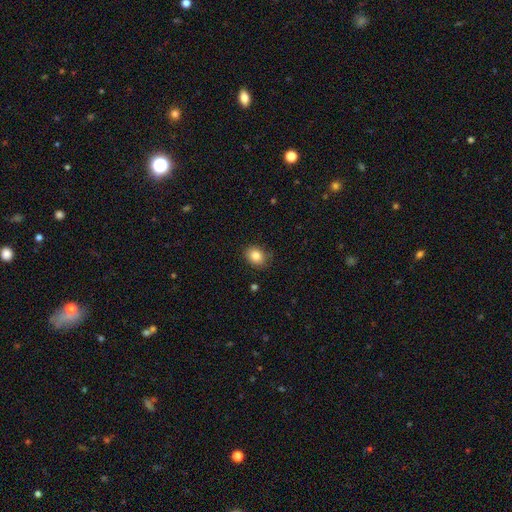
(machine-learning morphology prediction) smooth_or_featured: smooth (p=0.85) [alt: star or artifact p=0.09]
how_rounded: in between (p=0.52) [alt: round p=0.47]
merging: none (p=0.84) [alt: minor disturbance p=0.12]